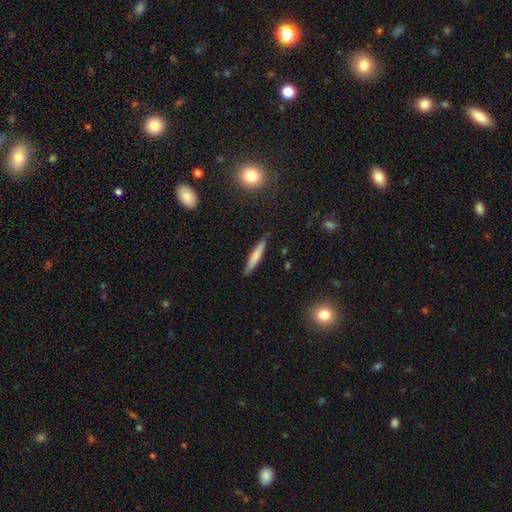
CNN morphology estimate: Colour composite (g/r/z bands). It shows a smooth galaxy with no disk features (71%) that is cigar-shaped (91%). Merging: none (87%).